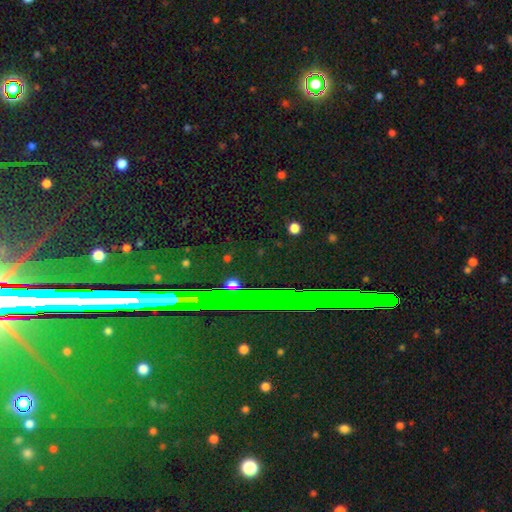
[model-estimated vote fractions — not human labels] A star or artifact, not a galaxy (79%).

Vote fractions:
- Smooth or featured? star or artifact: 79% / featured or disk: 13% / smooth: 8%